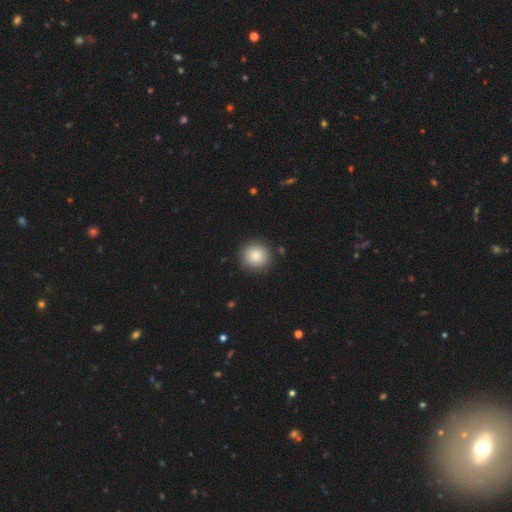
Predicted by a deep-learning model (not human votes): The model was most divided on "smooth or featured": smooth: 86%, star or artifact: 9%, featured or disk: 6%. More confident: how rounded — round (94%); merging — none (90%).